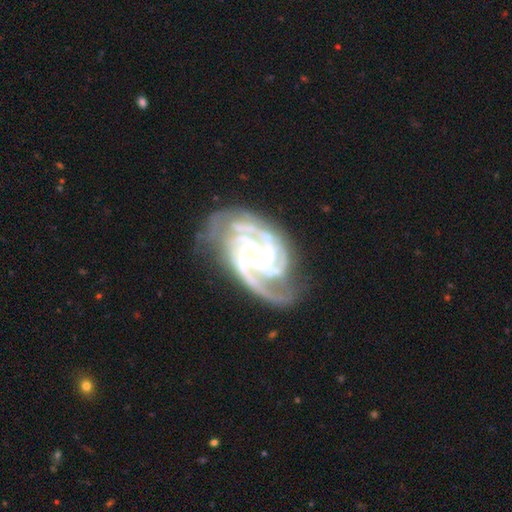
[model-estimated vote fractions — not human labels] This appears to be a featured or disk galaxy (94%) with no bar (62%), 3 (44%) tight (58%) spiral arms (99%) and a small central bulge (79%). Merging: none (74%).